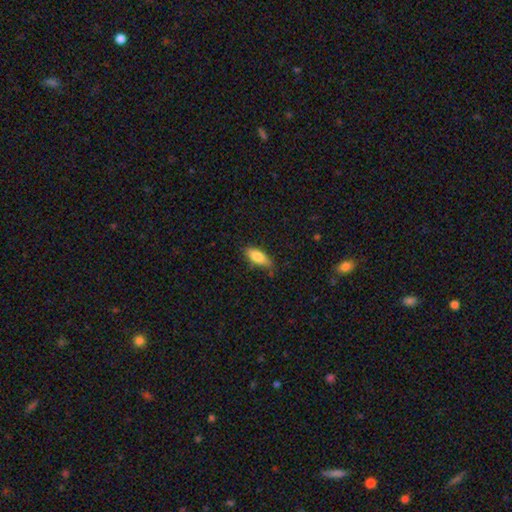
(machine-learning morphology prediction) smooth_or_featured: smooth (p=0.80) [alt: featured or disk p=0.13]
how_rounded: in between (p=0.78) [alt: cigar-shaped p=0.20]
merging: none (p=0.71) [alt: minor disturbance p=0.24]